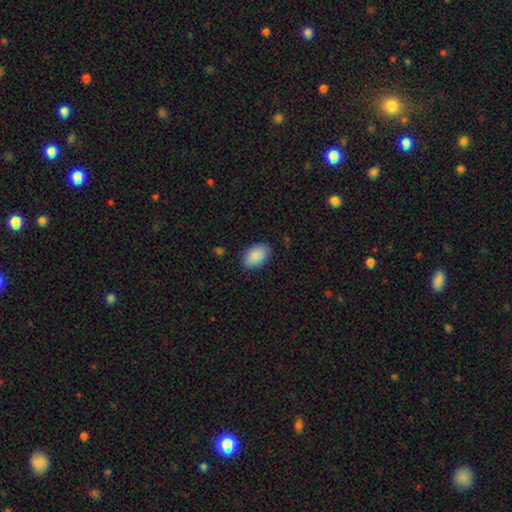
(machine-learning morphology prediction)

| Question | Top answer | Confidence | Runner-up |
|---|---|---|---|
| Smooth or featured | smooth | 89% | star or artifact (6%) |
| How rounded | in between | 92% | round (7%) |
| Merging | none | 80% | minor disturbance (16%) |